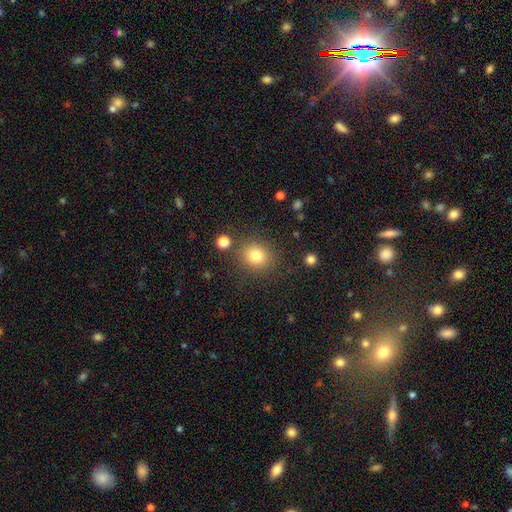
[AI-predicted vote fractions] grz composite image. It shows a smooth galaxy with no disk features (80%) that is round (79%). Merging: none (82%).